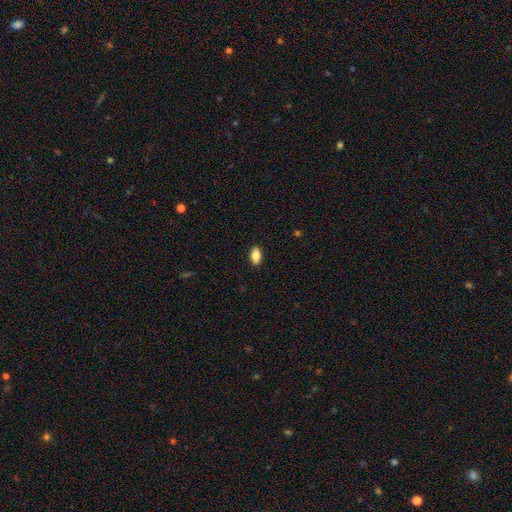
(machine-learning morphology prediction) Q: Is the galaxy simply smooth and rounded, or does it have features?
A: smooth — 85%.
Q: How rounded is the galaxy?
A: in between — 91%.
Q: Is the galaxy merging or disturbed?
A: none — 90%.